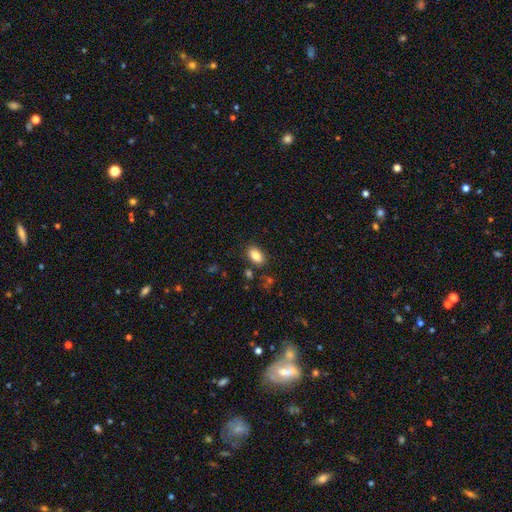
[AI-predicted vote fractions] Morphology: type=smooth (85%); roundness=in between (89%); merging=none (83%).